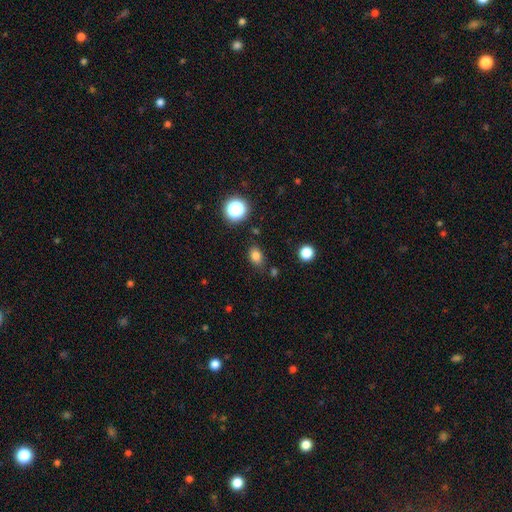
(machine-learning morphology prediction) This is likely a smooth galaxy (80%). How rounded: likely in between (71%). Merging: likely none (79%).